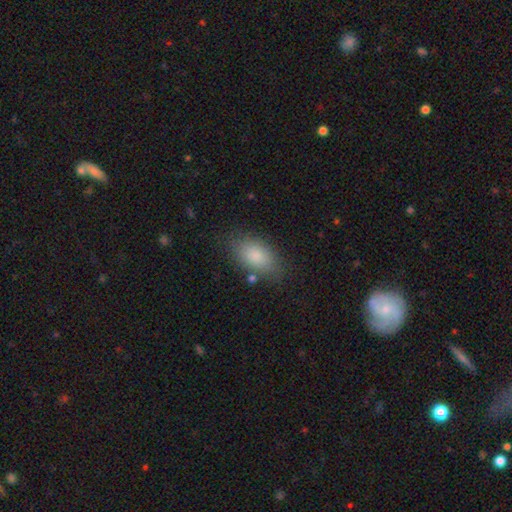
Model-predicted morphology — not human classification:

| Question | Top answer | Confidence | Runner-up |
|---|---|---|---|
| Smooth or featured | smooth | 85% | featured or disk (8%) |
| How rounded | in between | 91% | round (6%) |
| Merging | none | 77% | minor disturbance (15%) |